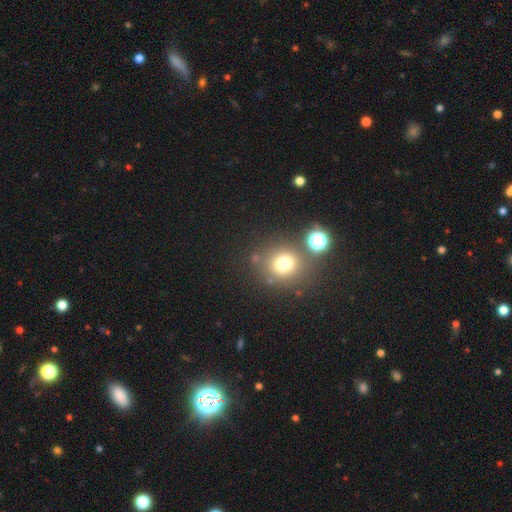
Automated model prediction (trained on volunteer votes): A smooth galaxy with no disk features (58%) that is round (85%).

Vote fractions:
- Smooth or featured? smooth: 58% / star or artifact: 34% / featured or disk: 8%
- How rounded? round: 85% / in between: 14% / cigar-shaped: 1%
- Merging? none: 77% / merger: 11% / minor disturbance: 9% / major disturbance: 4%